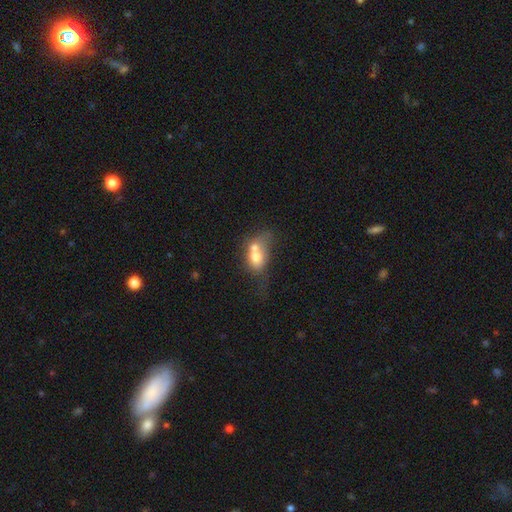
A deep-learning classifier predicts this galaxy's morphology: This appears to be a smooth galaxy with no disk features (64%) that is in between round and cigar-shaped (65%). Merging: merger (65%).